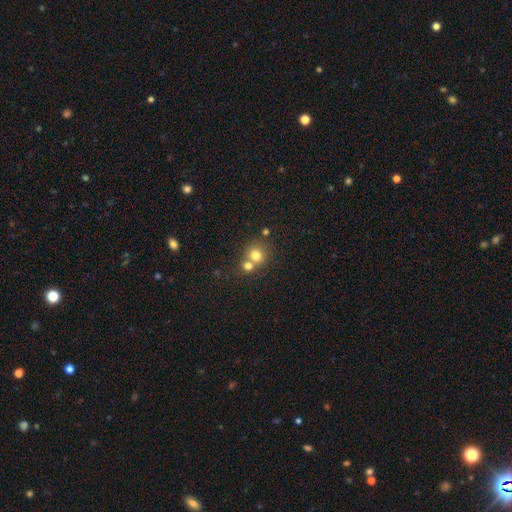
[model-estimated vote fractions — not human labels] Smooth or featured? Predicted: smooth (p=0.75). How rounded? Predicted: round (p=0.82). Merging? Predicted: merger (p=0.46).